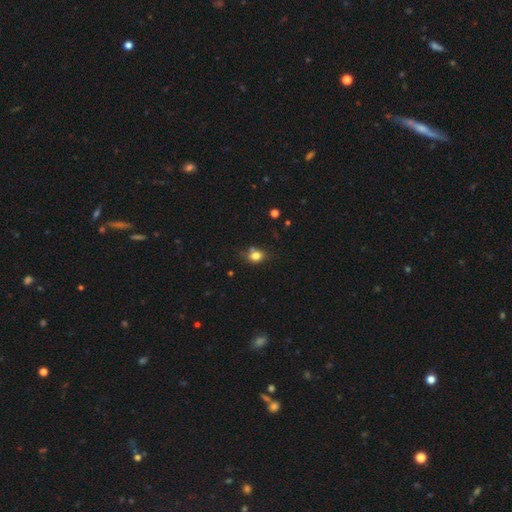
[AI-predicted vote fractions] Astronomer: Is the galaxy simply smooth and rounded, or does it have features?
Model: smooth — 79%.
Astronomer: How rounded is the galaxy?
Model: round — 51% (runner-up: in between, 48%).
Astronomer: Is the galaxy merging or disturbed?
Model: none — 62%.